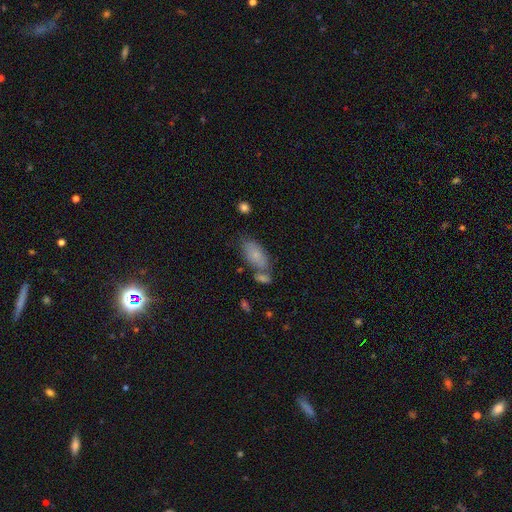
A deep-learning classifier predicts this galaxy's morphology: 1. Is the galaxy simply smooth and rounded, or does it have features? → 74% smooth, 17% featured or disk, 9% star or artifact.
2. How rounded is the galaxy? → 90% in between, 6% cigar-shaped, 4% round.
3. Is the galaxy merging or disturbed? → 54% none, 24% merger, 17% minor disturbance, 6% major disturbance.